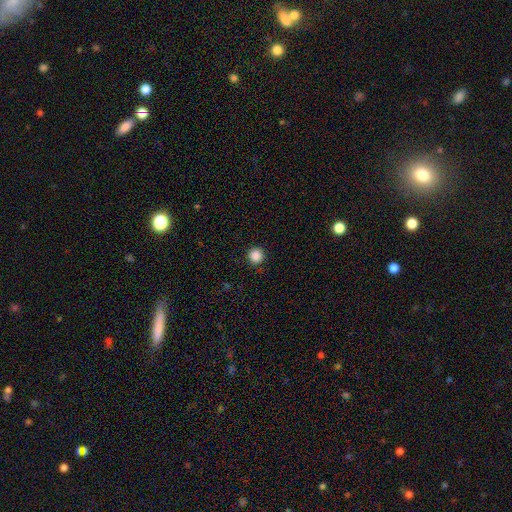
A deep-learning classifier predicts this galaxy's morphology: smooth-or-featured: smooth: 87% | star or artifact: 10% | featured or disk: 3%
  how-rounded: round: 96% | in between: 3% | cigar-shaped: 1%
  merging: none: 92% | minor disturbance: 5% | major disturbance: 2% | merger: 1%